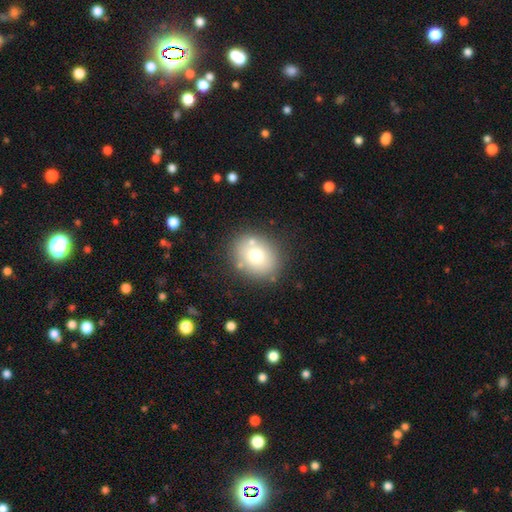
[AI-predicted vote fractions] smooth_or_featured: smooth (p=0.71) [alt: featured or disk p=0.17]
how_rounded: round (p=0.62) [alt: in between p=0.38]
merging: none (p=0.79) [alt: minor disturbance p=0.11]